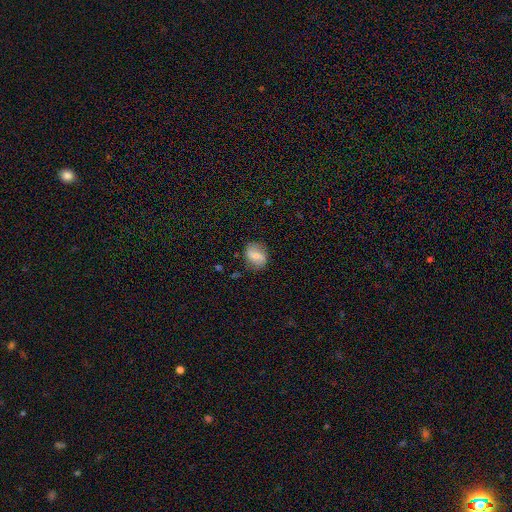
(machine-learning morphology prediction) type=smooth (50%); roundness=round (50%); merging=none (76%).